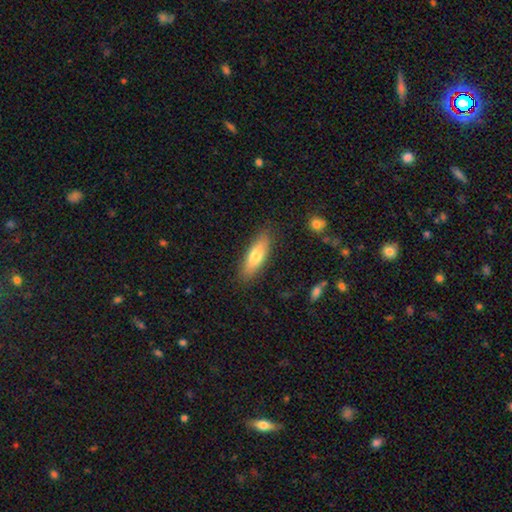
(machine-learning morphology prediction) smooth 70%, featured or disk 24%, star or artifact 6%. Down the decision tree: how rounded — in between (52%); merging — none (86%).